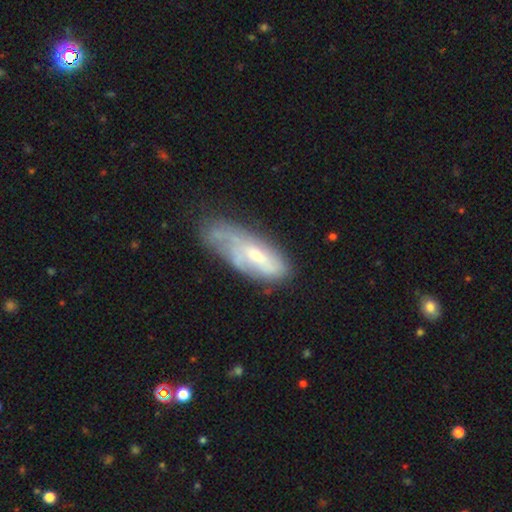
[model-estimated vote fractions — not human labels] Smooth or featured? Predicted: featured or disk (p=0.53). Edge-on disk? Predicted: no (p=0.84). Merging? Predicted: none (p=0.36).